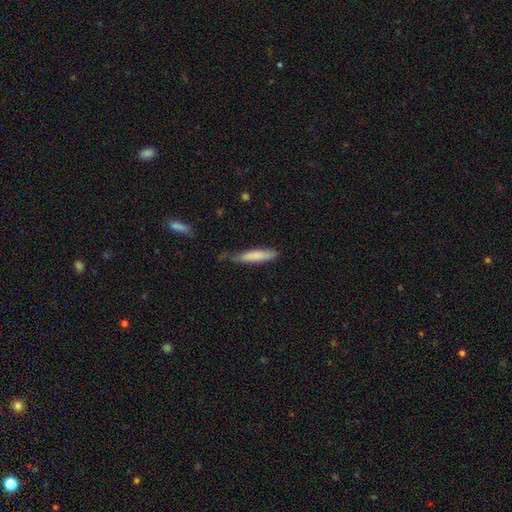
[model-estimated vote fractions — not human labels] This is likely a smooth galaxy (79%). How rounded: clearly cigar-shaped (85%). Merging: possibly none (57%).